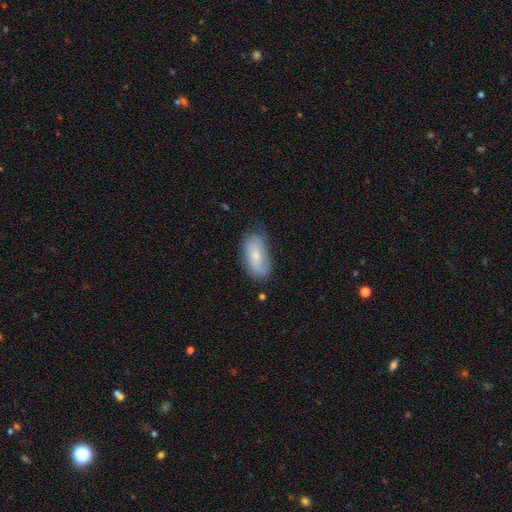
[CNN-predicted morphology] The model was most divided on "smooth or featured": smooth: 58%, featured or disk: 35%, star or artifact: 7%. More confident: how rounded — in between (92%); merging — none (60%).